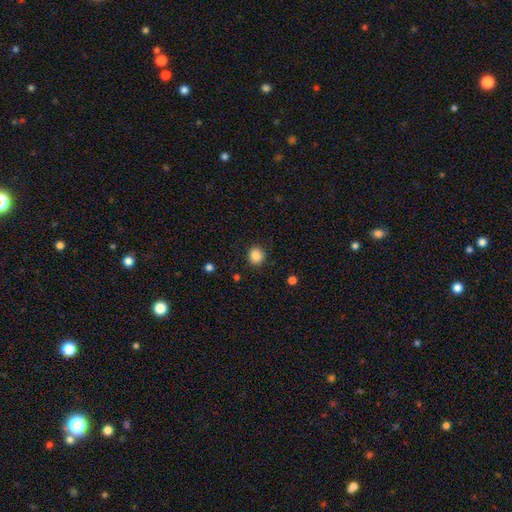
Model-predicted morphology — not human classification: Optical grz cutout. It shows a smooth galaxy with no disk features (86%) that is round (87%). Merging: none (90%).